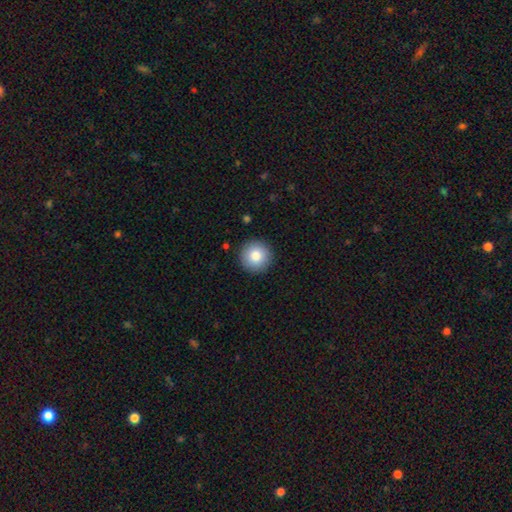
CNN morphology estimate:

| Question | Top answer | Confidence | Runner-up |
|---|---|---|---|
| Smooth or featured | smooth | 83% | featured or disk (9%) |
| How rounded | round | 96% | in between (3%) |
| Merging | none | 92% | minor disturbance (6%) |